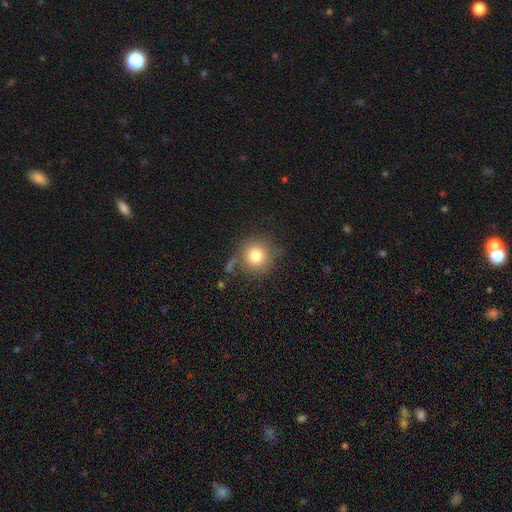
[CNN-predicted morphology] Smooth or featured? smooth (79%)
How rounded? round (93%)
Merging? none (74%)